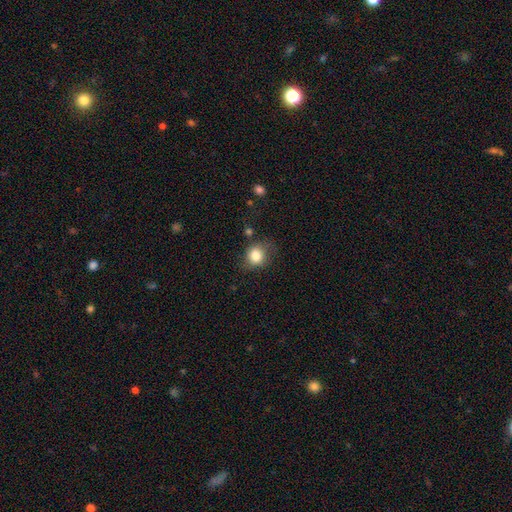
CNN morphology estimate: Smooth or featured? Predicted: smooth (p=0.82). How rounded? Predicted: round (p=0.73). Merging? Predicted: none (p=0.66).